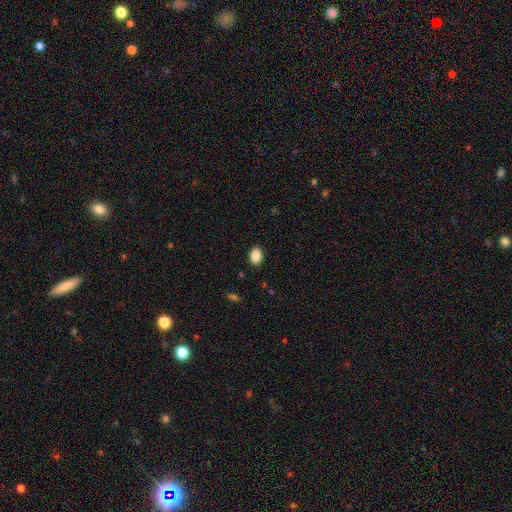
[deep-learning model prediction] A smooth galaxy with no disk features (88%) that is in between round and cigar-shaped (78%). Merging: none (89%).